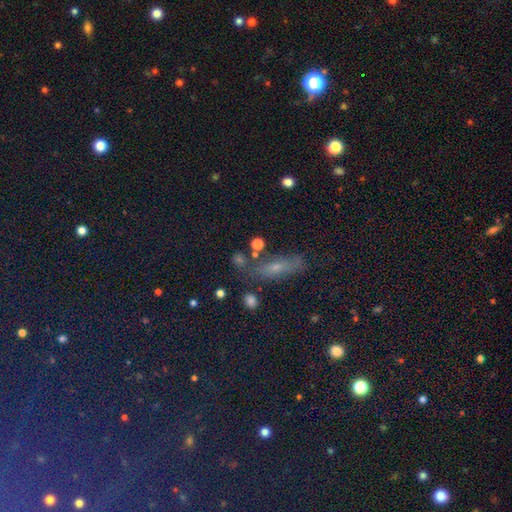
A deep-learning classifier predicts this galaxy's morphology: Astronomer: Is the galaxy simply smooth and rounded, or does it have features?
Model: smooth — 49% (runner-up: star or artifact, 31%).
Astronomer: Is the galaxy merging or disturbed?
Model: none — 70%.